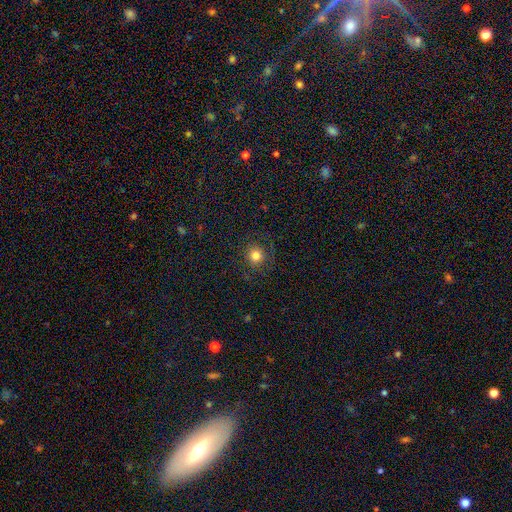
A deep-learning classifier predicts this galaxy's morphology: Smooth or featured? Predicted: smooth (p=0.78). How rounded? Predicted: round (p=0.91). Merging? Predicted: none (p=0.83).